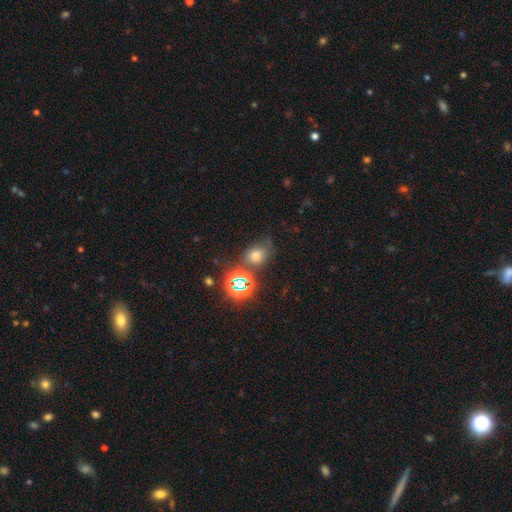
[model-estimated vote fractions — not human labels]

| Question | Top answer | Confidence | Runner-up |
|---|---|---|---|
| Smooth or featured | smooth | 60% | star or artifact (29%) |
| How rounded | round | 52% | in between (46%) |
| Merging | none | 55% | minor disturbance (24%) |